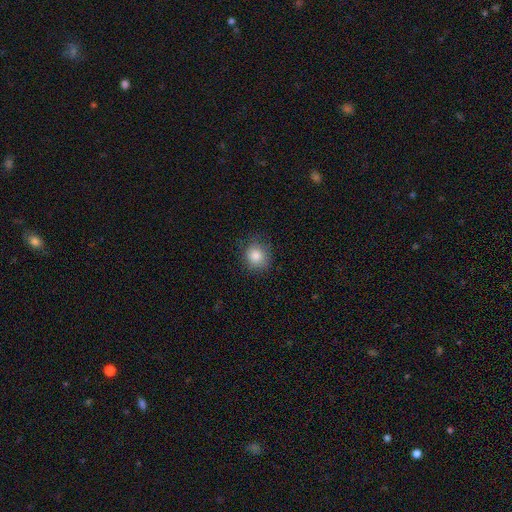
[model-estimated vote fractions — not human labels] Q: Smooth or featured?
A: smooth (84%); runner-up: star or artifact (9%)
Q: How rounded?
A: round (83%); runner-up: in between (16%)
Q: Merging?
A: none (79%); runner-up: minor disturbance (16%)